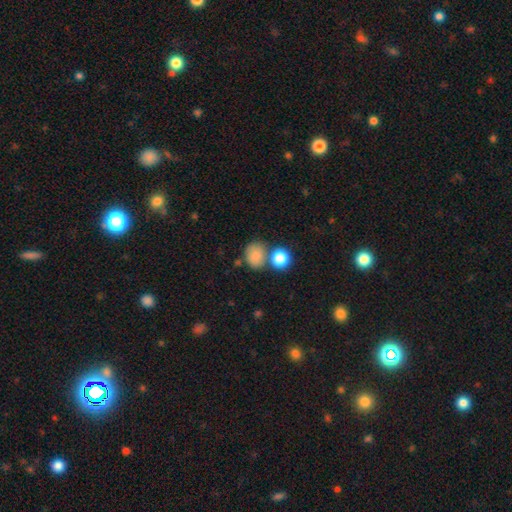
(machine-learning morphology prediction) Overall: smooth (83%). How rounded: round (54%; in between 45%). Merging: none (57%; merger 22%).